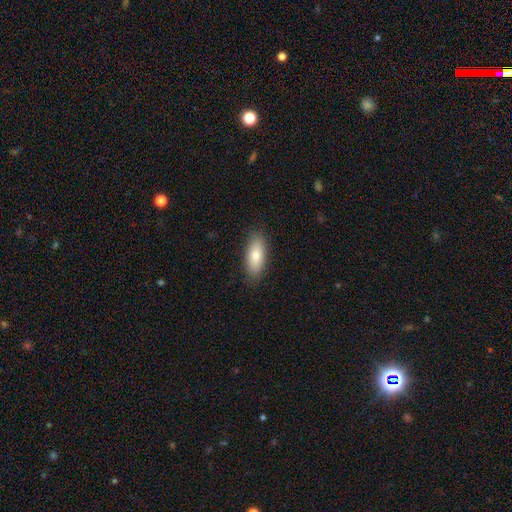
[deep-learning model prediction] The model was most divided on "how rounded": in between: 81%, cigar-shaped: 16%, round: 3%. More confident: merging — none (87%); smooth or featured — smooth (80%).